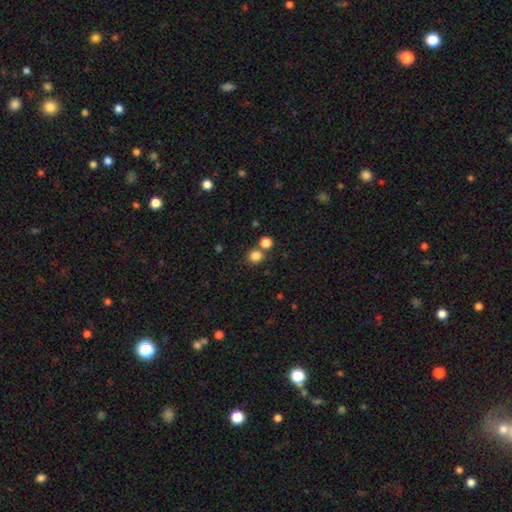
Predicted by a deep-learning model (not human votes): Overall: smooth (83%). How rounded: round (84%). Merging: none (70%).